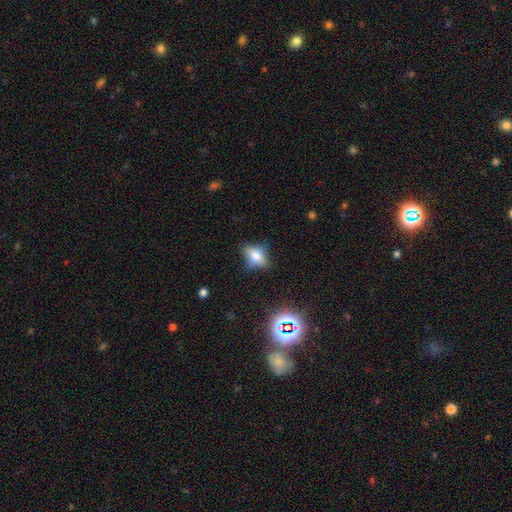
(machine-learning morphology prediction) A smooth galaxy with no disk features (63%) that is in between round and cigar-shaped (77%). Merging: none (63%).